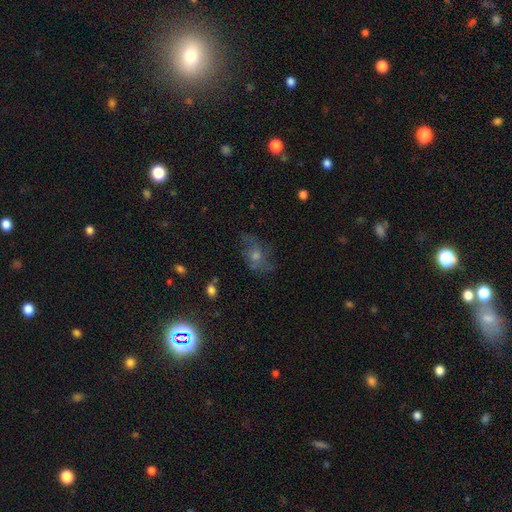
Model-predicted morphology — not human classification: Smooth or featured?
  - featured or disk: 46% *
  - smooth: 29%
  - star or artifact: 26%
Merging?
  - none: 65% *
  - minor disturbance: 19%
  - major disturbance: 13%
  - merger: 2%